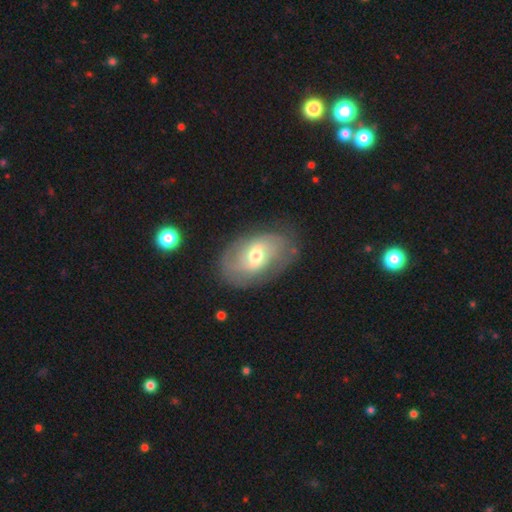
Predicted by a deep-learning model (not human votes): Overall: featured or disk (64%; smooth 29%). Edge-on disk: no (94%). Bar: weak (50%; no 32%). Spiral arms: yes (72%). Bulge size: moderate (68%). Merging: none (71%).